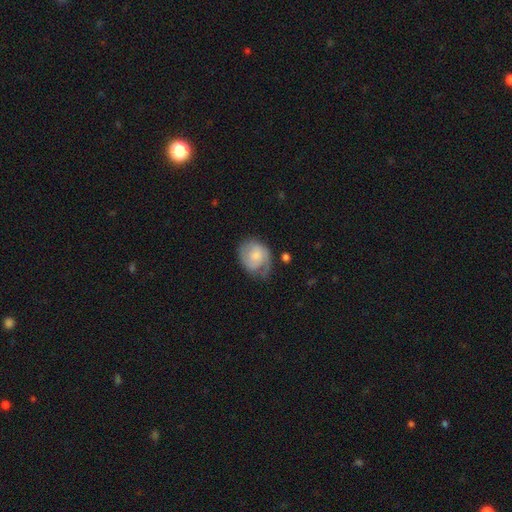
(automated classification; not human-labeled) A featured or disk galaxy (54%) with no bar (68%), spiral arms (88%) and a small central bulge (46%).

Vote fractions:
- Smooth or featured? featured or disk: 54% / smooth: 39% / star or artifact: 7%
- Edge-on disk? no: 97% / yes: 3%
- Bar? no: 68% / weak: 28% / strong: 4%
- Spiral arms? yes: 88% / no: 12%
- Bulge size? small: 46% / moderate: 34% / none: 12% / large: 7% / dominant: 2%
- Merging? none: 51% / minor disturbance: 30% / major disturbance: 16% / merger: 3%